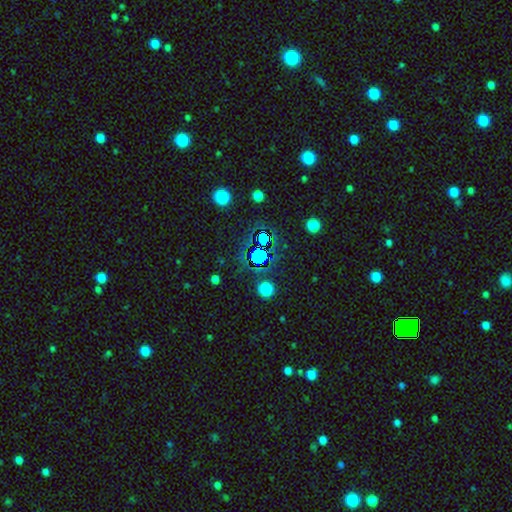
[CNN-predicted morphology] A star or artifact, not a galaxy (66%).

Vote fractions:
- Smooth or featured? star or artifact: 66% / smooth: 22% / featured or disk: 11%